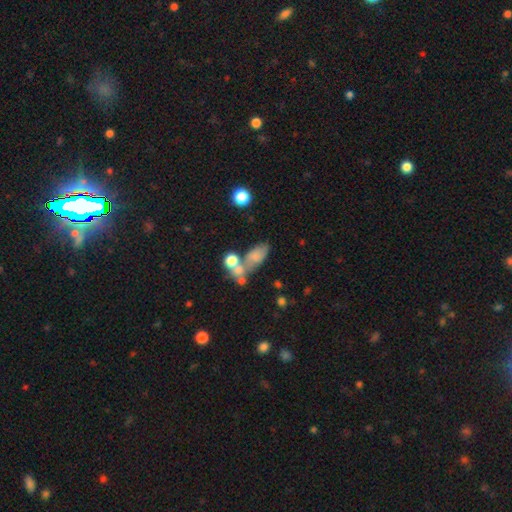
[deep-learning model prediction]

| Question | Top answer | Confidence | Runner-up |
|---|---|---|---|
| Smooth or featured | smooth | 61% | featured or disk (26%) |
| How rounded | in between | 79% | round (13%) |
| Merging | merger | 38% | none (30%) |